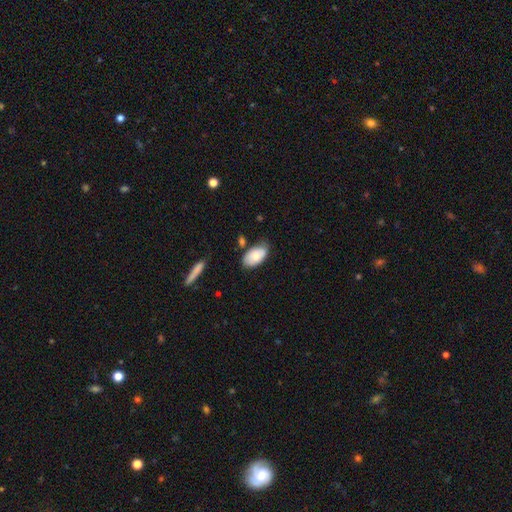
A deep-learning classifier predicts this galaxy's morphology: A smooth galaxy with no disk features (75%) that is in between round and cigar-shaped (94%).

Vote fractions:
- Smooth or featured? smooth: 75% / featured or disk: 19% / star or artifact: 6%
- How rounded? in between: 94% / round: 4% / cigar-shaped: 2%
- Merging? none: 64% / minor disturbance: 24% / merger: 6% / major disturbance: 5%